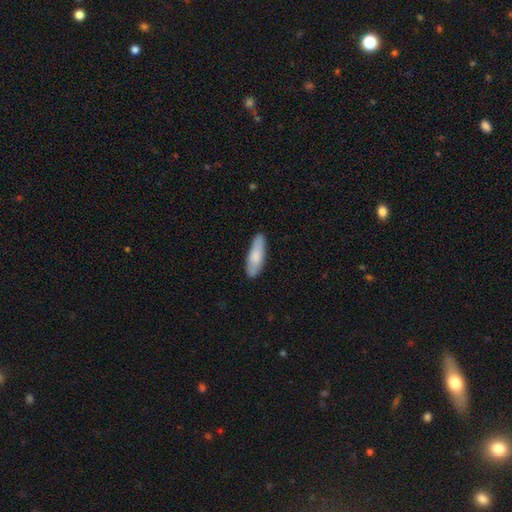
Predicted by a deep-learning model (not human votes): Q: Smooth or featured?
A: smooth (80%); runner-up: featured or disk (15%)
Q: How rounded?
A: cigar-shaped (55%); runner-up: in between (44%)
Q: Merging?
A: none (85%); runner-up: minor disturbance (12%)